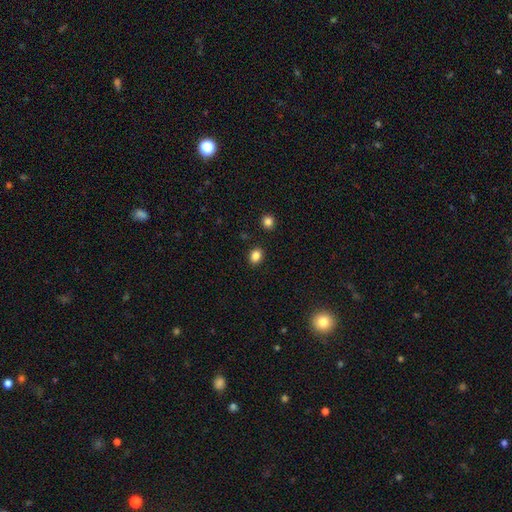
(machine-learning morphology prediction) This appears to be a smooth galaxy with no disk features (85%) that is in between round and cigar-shaped (55%). Merging: none (88%).